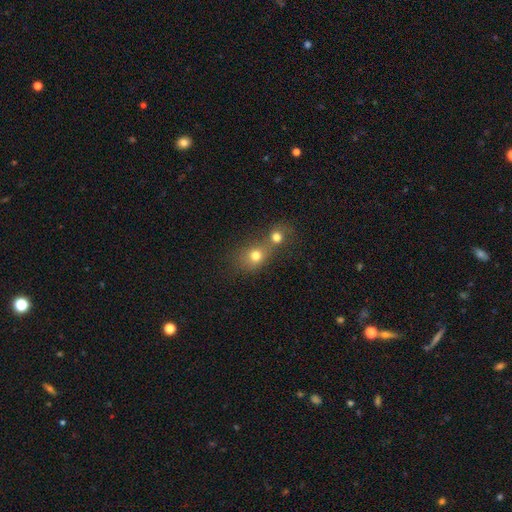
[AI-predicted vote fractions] Smooth or featured?
  - smooth: 73% *
  - star or artifact: 14%
  - featured or disk: 13%
How rounded?
  - round: 70% *
  - in between: 29%
  - cigar-shaped: 1%
Merging?
  - merger: 64% *
  - none: 26%
  - minor disturbance: 6%
  - major disturbance: 4%